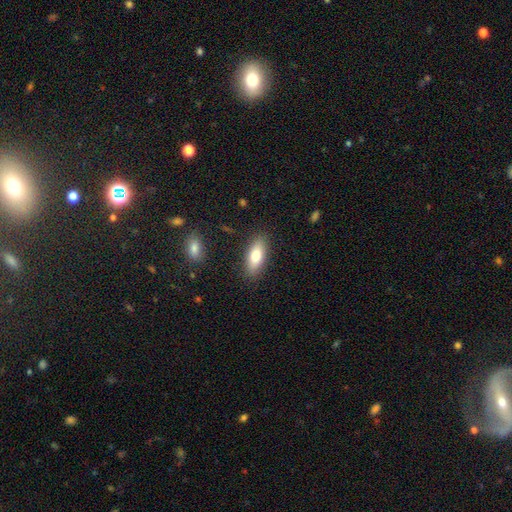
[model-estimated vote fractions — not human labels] Overall: smooth (78%). How rounded: in between (74%). Merging: none (86%).